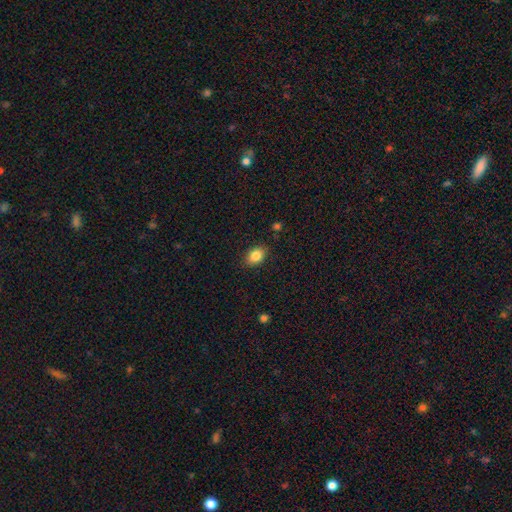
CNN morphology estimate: A smooth galaxy with no disk features (85%) that is in between round and cigar-shaped (76%).

Vote fractions:
- Smooth or featured? smooth: 85% / star or artifact: 9% / featured or disk: 7%
- How rounded? in between: 76% / round: 22% / cigar-shaped: 1%
- Merging? none: 87% / minor disturbance: 10% / major disturbance: 2% / merger: 1%